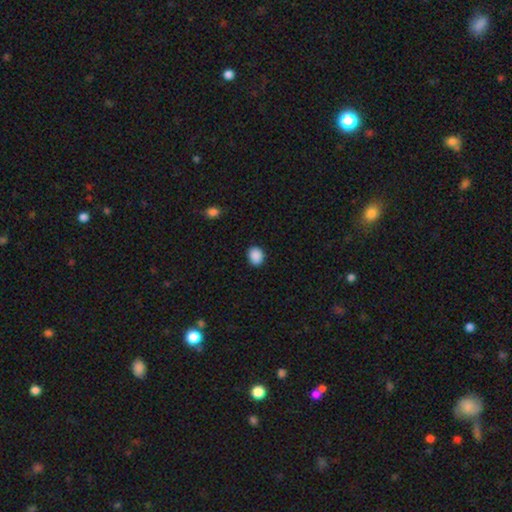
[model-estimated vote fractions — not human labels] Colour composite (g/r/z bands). It shows a smooth galaxy with no disk features (89%) that is round (58%). Merging: none (88%).